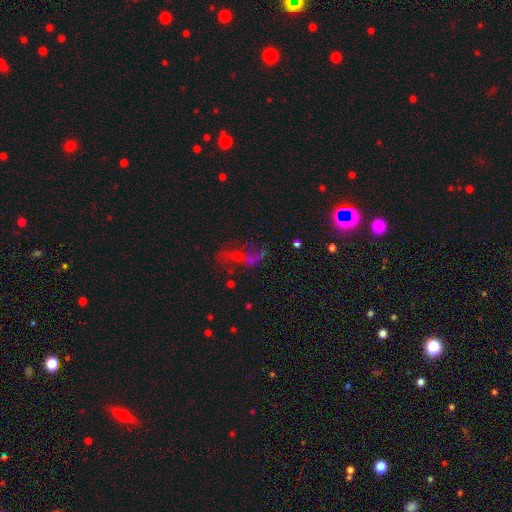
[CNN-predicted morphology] smooth_or_featured: featured or disk (p=0.38) [alt: star or artifact p=0.32]
merging: none (p=0.39) [alt: major disturbance p=0.31]